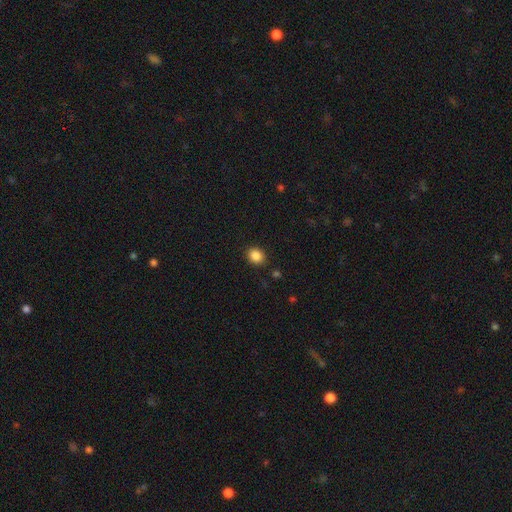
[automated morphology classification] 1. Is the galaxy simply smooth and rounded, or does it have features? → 87% smooth, 10% star or artifact, 3% featured or disk.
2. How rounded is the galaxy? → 56% round, 43% in between, 1% cigar-shaped.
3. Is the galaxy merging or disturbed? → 89% none, 7% minor disturbance, 2% major disturbance, 1% merger.